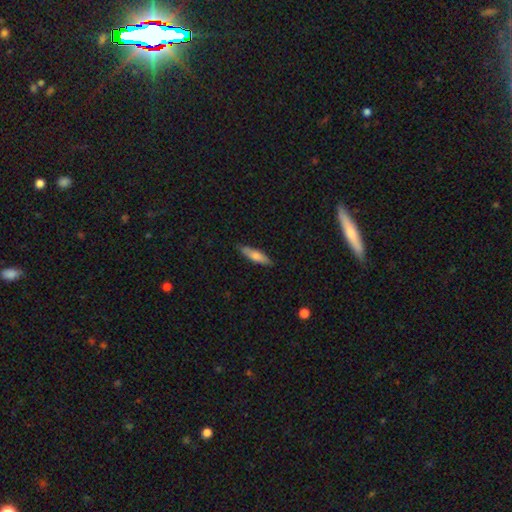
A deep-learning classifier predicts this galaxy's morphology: Q: Smooth or featured?
A: smooth (68%); runner-up: featured or disk (26%)
Q: How rounded?
A: cigar-shaped (72%); runner-up: in between (26%)
Q: Merging?
A: none (86%); runner-up: minor disturbance (11%)